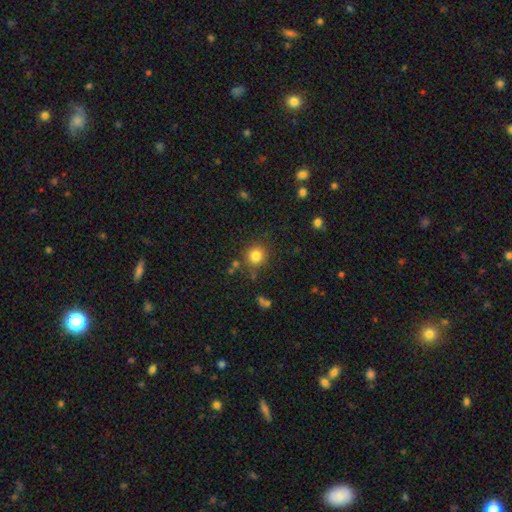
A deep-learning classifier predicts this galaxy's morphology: This is clearly a smooth galaxy (81%). How rounded: clearly round (91%). Merging: clearly none (82%).